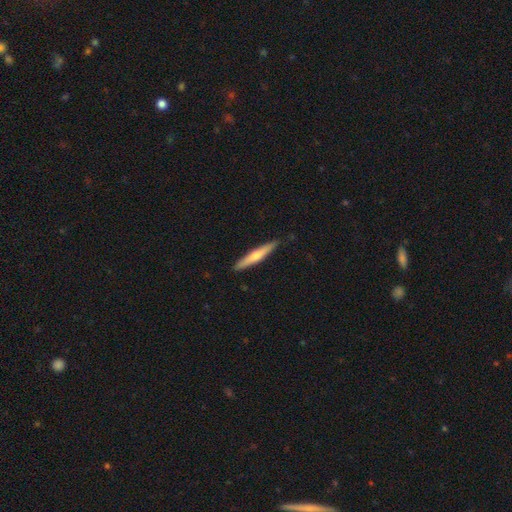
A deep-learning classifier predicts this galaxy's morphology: Smooth or featured? smooth (55%)
How rounded? cigar-shaped (93%)
Merging? none (89%)